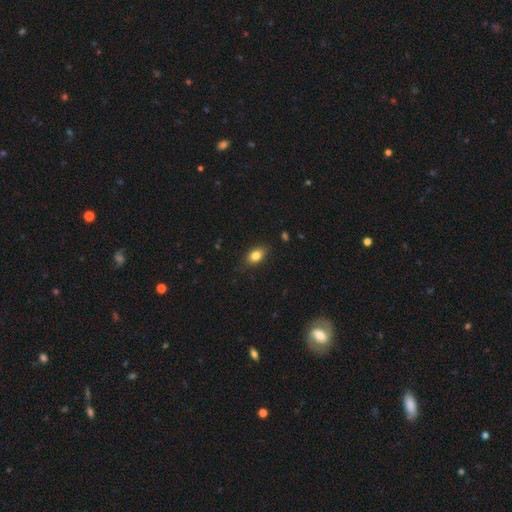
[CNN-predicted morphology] Smooth or featured? Predicted: smooth (p=0.82). How rounded? Predicted: in between (p=0.82). Merging? Predicted: none (p=0.82).